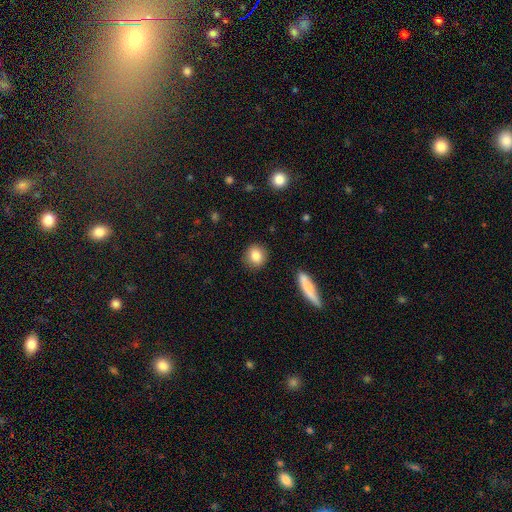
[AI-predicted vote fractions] The model was most divided on "how rounded": round: 84%, in between: 14%, cigar-shaped: 2%. More confident: merging — none (90%); smooth or featured — smooth (83%).